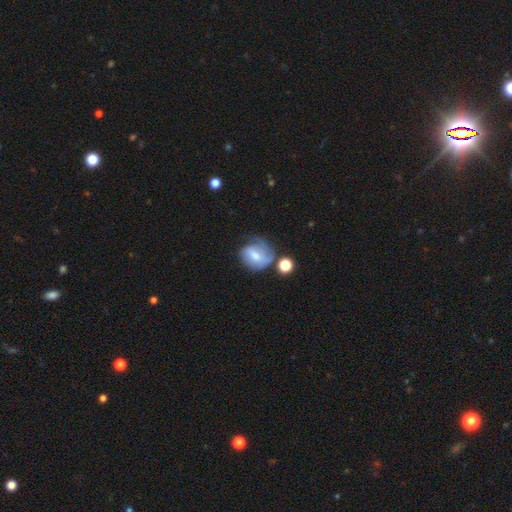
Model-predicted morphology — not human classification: This appears to be a featured or disk galaxy (46%). Merging: none (45%).